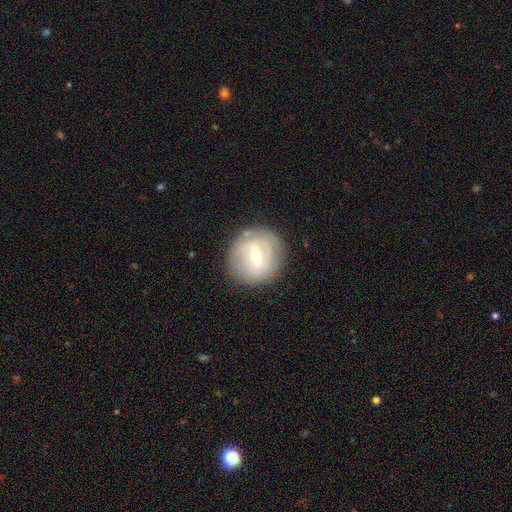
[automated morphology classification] A featured or disk galaxy (64%) with a weak bar (52%), spiral arms (54%) and a moderate central bulge (62%).

Vote fractions:
- Smooth or featured? featured or disk: 64% / smooth: 30% / star or artifact: 7%
- Edge-on disk? no: 95% / yes: 5%
- Bar? weak: 52% / strong: 31% / no: 18%
- Spiral arms? yes: 54% / no: 46%
- Bulge size? moderate: 62% / small: 33% / large: 4% / none: 1% / dominant: 1%
- Merging? none: 83% / minor disturbance: 12% / major disturbance: 4% / merger: 1%